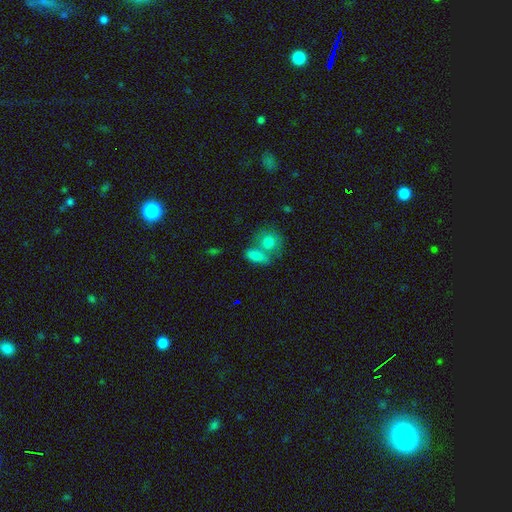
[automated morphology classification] smooth-or-featured: smooth: 80% | star or artifact: 10% | featured or disk: 10%
  how-rounded: in between: 69% | round: 23% | cigar-shaped: 8%
  merging: merger: 42% (tied) | none: 42% (tied) | minor disturbance: 11% | major disturbance: 5%